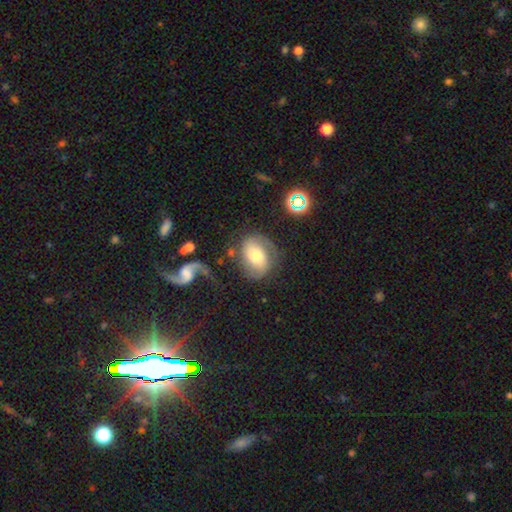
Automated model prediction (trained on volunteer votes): Morphology: type=featured or disk (62%); edge-on=no (97%); bar=no (54%); spiral arms=yes (88%); winding=medium (43%); arm count=2 (81%); bulge=moderate (45%); merging=none (60%).